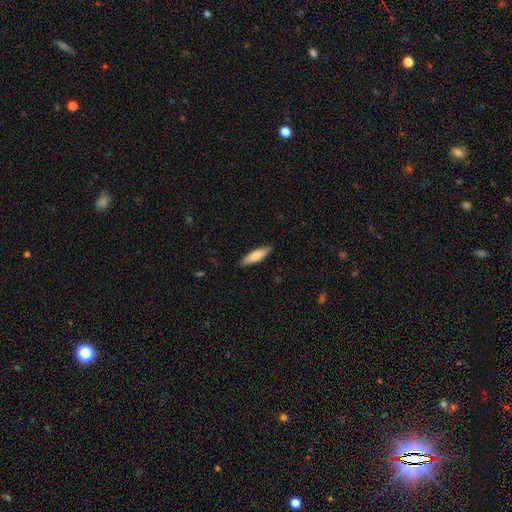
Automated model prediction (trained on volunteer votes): Smooth or featured? Predicted: smooth (p=0.78). How rounded? Predicted: cigar-shaped (p=0.66). Merging? Predicted: none (p=0.87).